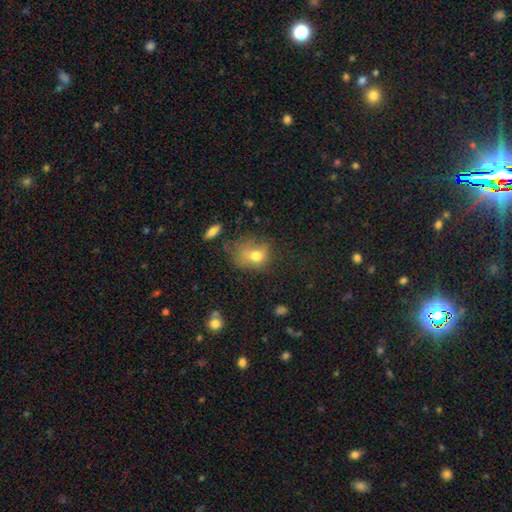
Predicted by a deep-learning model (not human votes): Smooth or featured?
  - smooth: 71% *
  - featured or disk: 15%
  - star or artifact: 13%
How rounded?
  - in between: 50% *
  - round: 49%
  - cigar-shaped: 2%
Merging?
  - none: 42% *
  - minor disturbance: 27%
  - major disturbance: 26%
  - merger: 5%